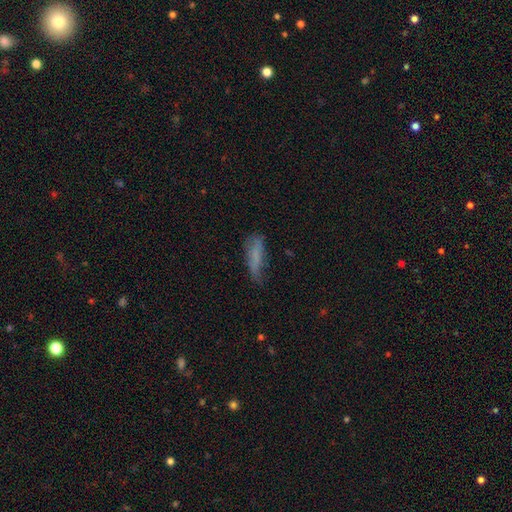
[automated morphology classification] smooth_or_featured: smooth (p=0.67) [alt: featured or disk p=0.24]
how_rounded: cigar-shaped (p=0.62) [alt: in between p=0.36]
merging: none (p=0.48) [alt: minor disturbance p=0.34]